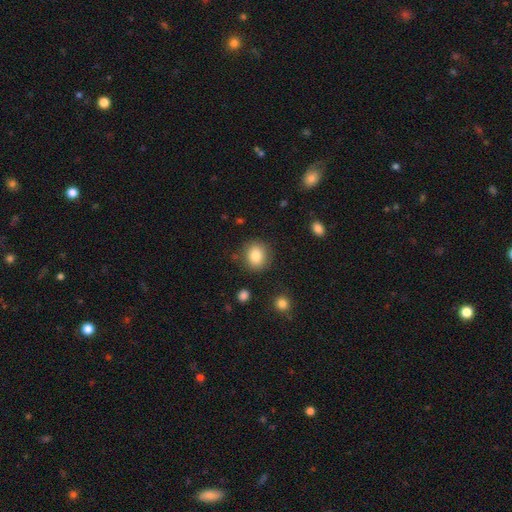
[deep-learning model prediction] smooth-or-featured: smooth: 84% | star or artifact: 9% | featured or disk: 7%
  how-rounded: round: 70% | in between: 29% | cigar-shaped: 1%
  merging: none: 84% | minor disturbance: 10% | major disturbance: 3% | merger: 2%